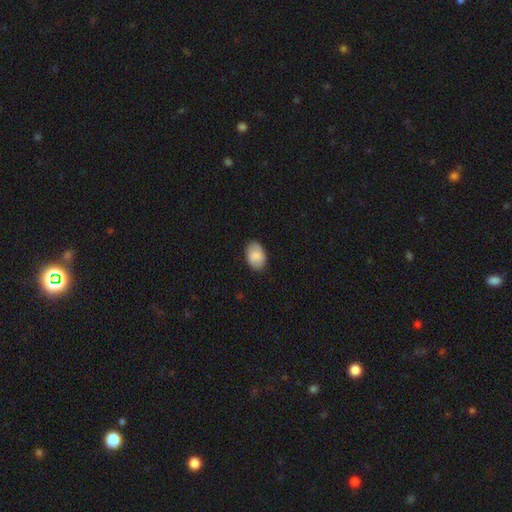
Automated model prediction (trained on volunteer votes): Smooth or featured? smooth (85%)
How rounded? in between (85%)
Merging? none (84%)